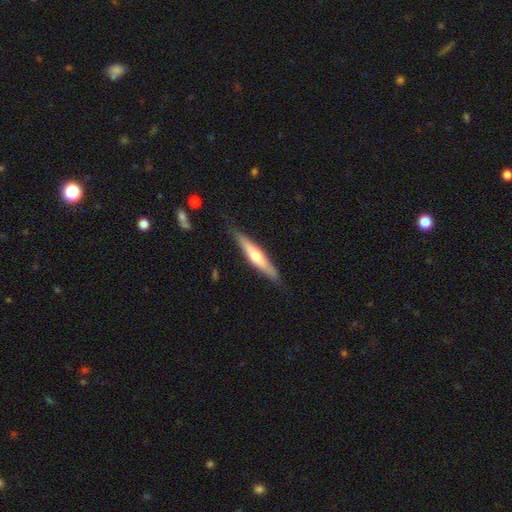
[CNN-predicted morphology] Smooth or featured? Predicted: featured or disk (p=0.53). Edge-on disk? Predicted: yes (p=0.94). Merging? Predicted: none (p=0.84).